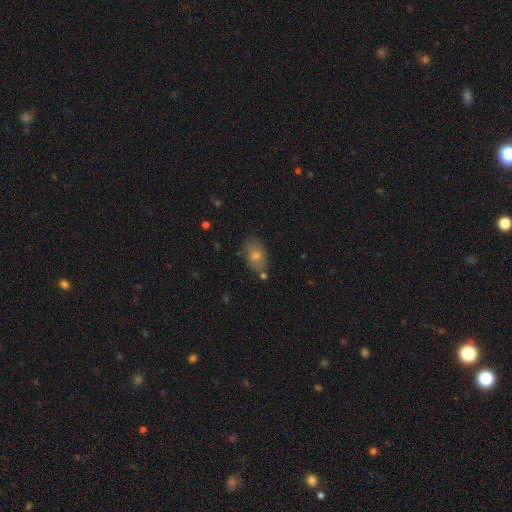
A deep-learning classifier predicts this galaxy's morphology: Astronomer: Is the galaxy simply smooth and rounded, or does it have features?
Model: smooth — 67%.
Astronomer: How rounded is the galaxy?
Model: in between — 82%.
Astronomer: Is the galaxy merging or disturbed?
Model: none — 74%.